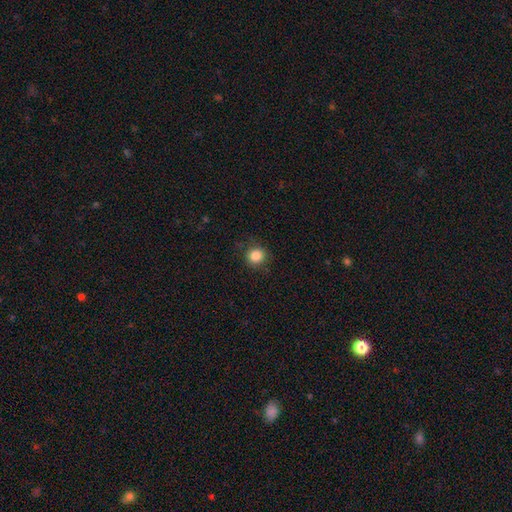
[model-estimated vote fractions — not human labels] smooth-or-featured: smooth: 85% | star or artifact: 10% | featured or disk: 4%
  how-rounded: round: 89% | in between: 10% | cigar-shaped: 1%
  merging: none: 85% | minor disturbance: 11% | major disturbance: 3% | merger: 1%